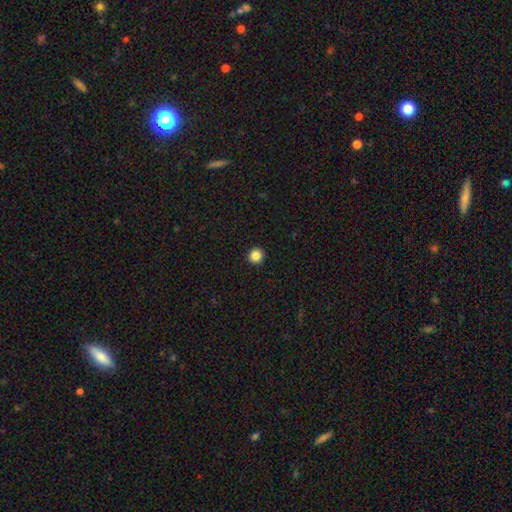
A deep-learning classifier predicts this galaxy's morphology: Smooth or featured?
  - smooth: 86% *
  - star or artifact: 11%
  - featured or disk: 3%
How rounded?
  - round: 95% *
  - in between: 4%
  - cigar-shaped: 1%
Merging?
  - none: 94% *
  - minor disturbance: 4%
  - major disturbance: 1%
  - merger: 1%